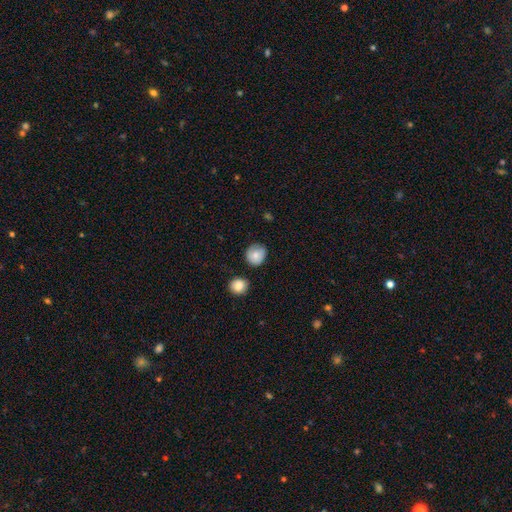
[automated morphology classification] Smooth or featured?
  - smooth: 77% *
  - featured or disk: 15%
  - star or artifact: 8%
How rounded?
  - round: 85% *
  - in between: 14%
  - cigar-shaped: 1%
Merging?
  - none: 74% *
  - minor disturbance: 19%
  - major disturbance: 4%
  - merger: 3%